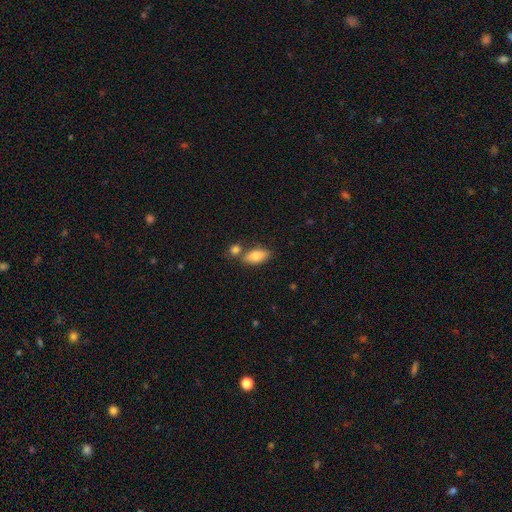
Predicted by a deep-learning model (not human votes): The model was most divided on "merging": none: 63%, merger: 21%, minor disturbance: 13%, major disturbance: 4%. More confident: how rounded — in between (86%); smooth or featured — smooth (83%).